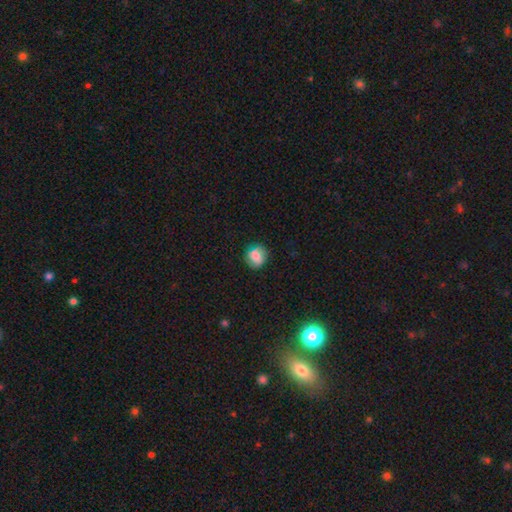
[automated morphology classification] Overall: smooth (70%). How rounded: round (77%). Merging: none (77%).